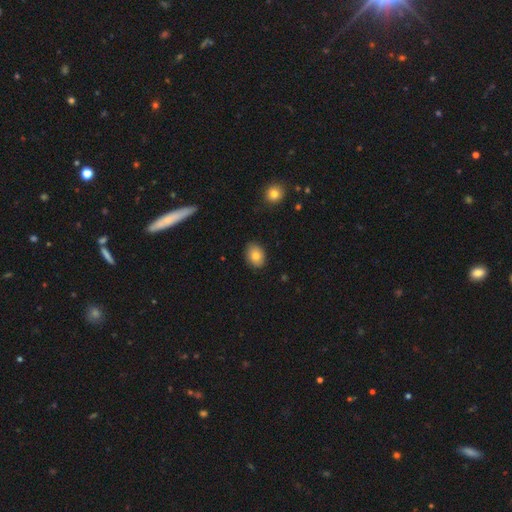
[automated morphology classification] smooth 82%, featured or disk 10%, star or artifact 9%. Down the decision tree: how rounded — in between (68%); merging — none (87%).